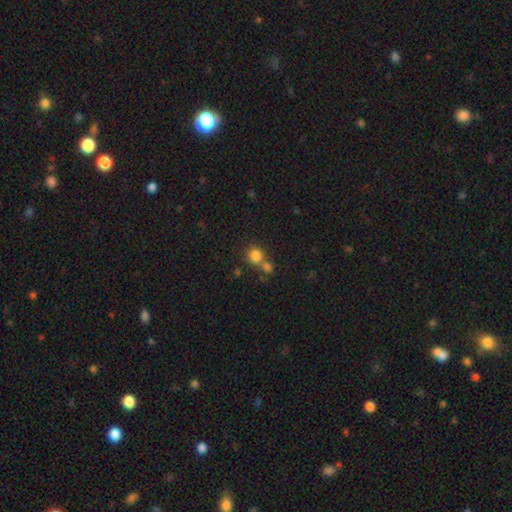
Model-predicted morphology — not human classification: Overall: smooth (81%). How rounded: round (88%). Merging: none (52%; merger 37%).